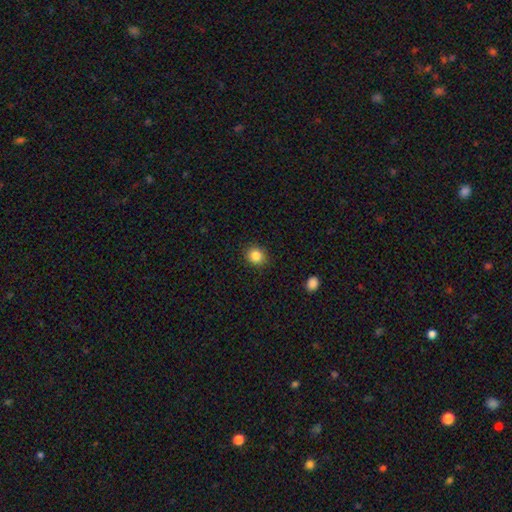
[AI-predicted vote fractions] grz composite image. It shows a smooth galaxy with no disk features (85%) that is round (72%). Merging: none (89%).